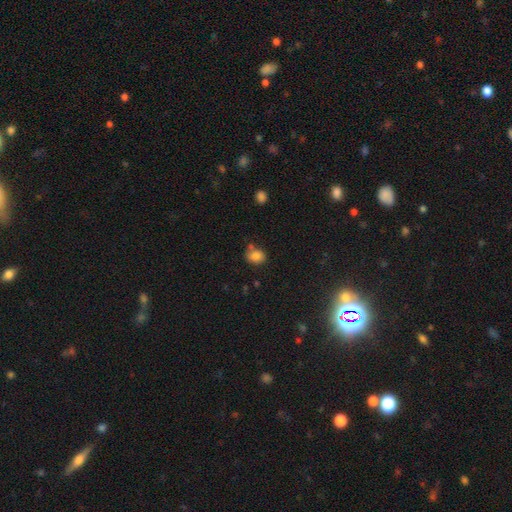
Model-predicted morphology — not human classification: Smooth or featured? Predicted: smooth (p=0.83). How rounded? Predicted: in between (p=0.51). Merging? Predicted: none (p=0.62).